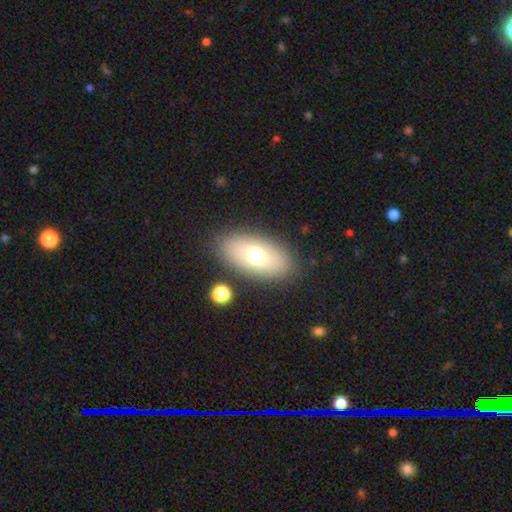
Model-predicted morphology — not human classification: A smooth galaxy with no disk features (69%) that is in between round and cigar-shaped (90%).

Vote fractions:
- Smooth or featured? smooth: 69% / featured or disk: 22% / star or artifact: 9%
- How rounded? in between: 90% / round: 5% / cigar-shaped: 5%
- Merging? none: 85% / minor disturbance: 9% / major disturbance: 3% / merger: 2%